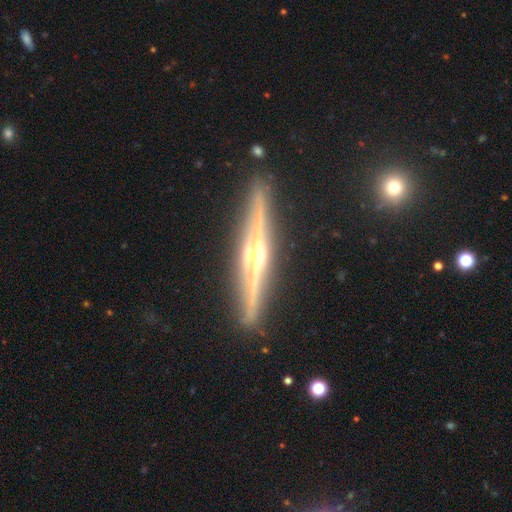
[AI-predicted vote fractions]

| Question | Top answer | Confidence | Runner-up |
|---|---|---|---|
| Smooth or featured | featured or disk | 85% | smooth (10%) |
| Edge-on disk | yes | 98% | no (2%) |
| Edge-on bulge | rounded | 91% | boxy (5%) |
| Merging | none | 90% | minor disturbance (7%) |